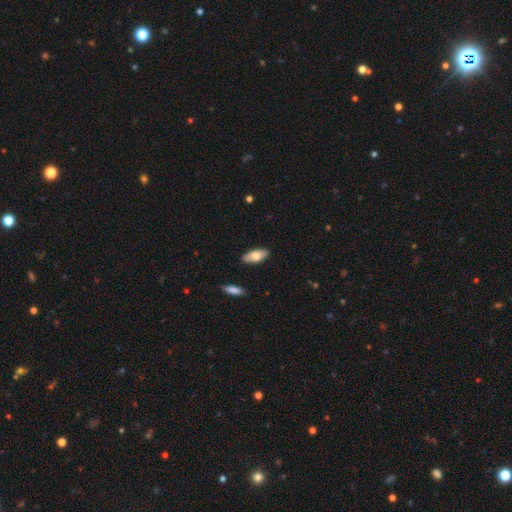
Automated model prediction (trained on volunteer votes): smooth_or_featured: smooth (p=0.72) [alt: featured or disk p=0.22]
how_rounded: in between (p=0.86) [alt: cigar-shaped p=0.11]
merging: none (p=0.88) [alt: minor disturbance p=0.09]